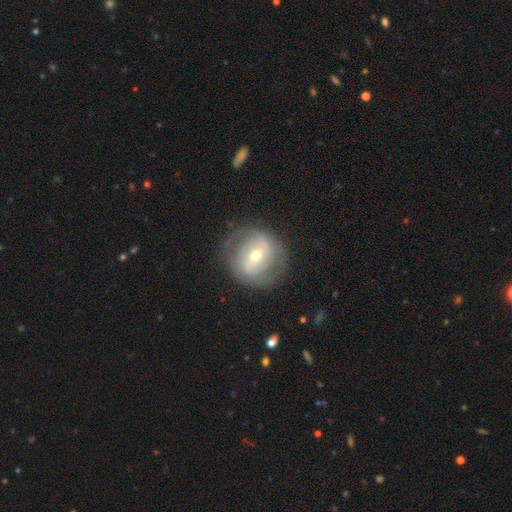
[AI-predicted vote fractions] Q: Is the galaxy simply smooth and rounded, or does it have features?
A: featured or disk — 65%.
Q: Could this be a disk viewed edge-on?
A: no — 96%.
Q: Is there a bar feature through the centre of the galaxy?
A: weak — 40%.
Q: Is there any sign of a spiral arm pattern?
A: yes — 61%.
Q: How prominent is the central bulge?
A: moderate — 55%.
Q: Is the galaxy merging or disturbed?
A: none — 77%.